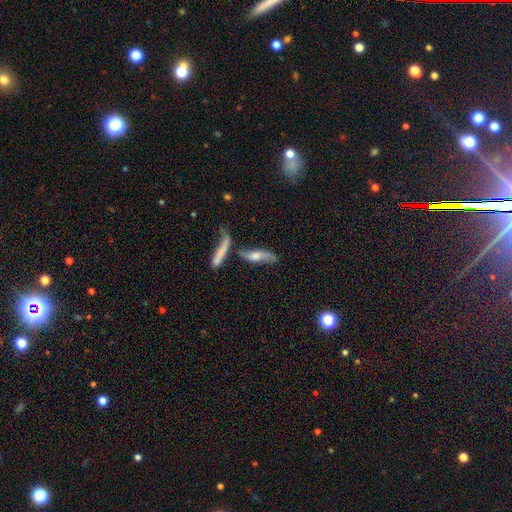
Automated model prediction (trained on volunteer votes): Q: Smooth or featured?
A: featured or disk (63%); runner-up: smooth (30%)
Q: Edge-on disk?
A: no (65%); runner-up: yes (35%)
Q: Merging?
A: none (48%); runner-up: merger (22%)